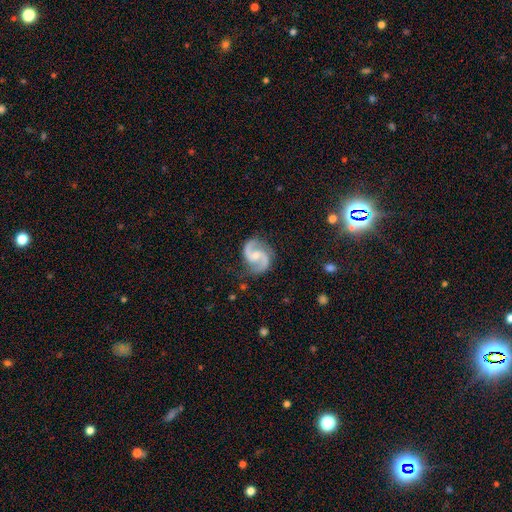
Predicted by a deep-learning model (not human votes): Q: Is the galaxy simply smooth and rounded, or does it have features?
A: featured or disk — 92%.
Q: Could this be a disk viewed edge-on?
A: no — 98%.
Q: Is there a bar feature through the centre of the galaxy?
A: no — 48%.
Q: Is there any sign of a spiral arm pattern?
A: yes — 98%.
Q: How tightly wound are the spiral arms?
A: medium — 59%.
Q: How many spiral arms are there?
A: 2 — 94%.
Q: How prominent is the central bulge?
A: small — 49%.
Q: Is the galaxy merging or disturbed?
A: none — 81%.